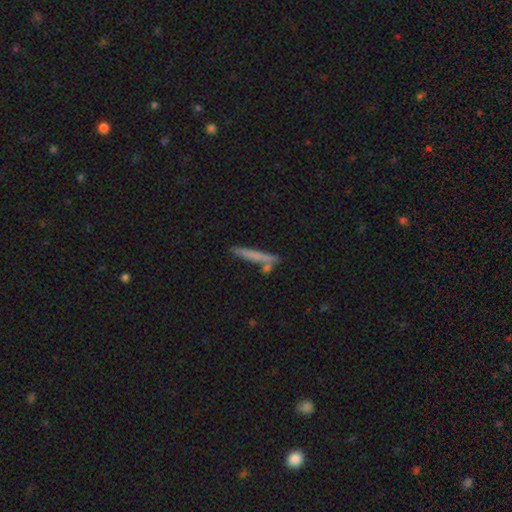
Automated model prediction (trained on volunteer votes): smooth-or-featured: smooth: 63% | featured or disk: 30% | star or artifact: 7%
  how-rounded: cigar-shaped: 95% | in between: 3% | round: 2%
  merging: none: 76% | minor disturbance: 11% | merger: 10% | major disturbance: 3%